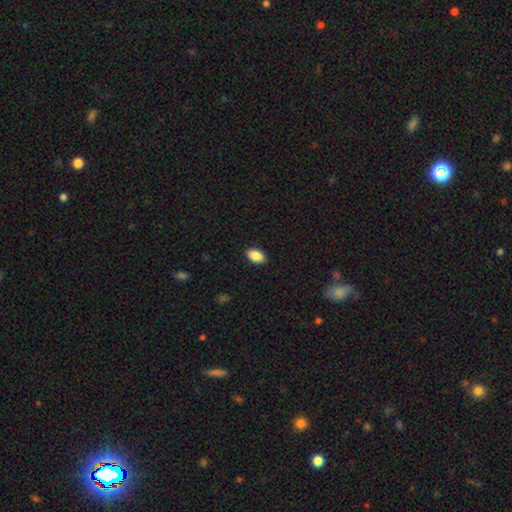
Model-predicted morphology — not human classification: This appears to be a smooth galaxy with no disk features (89%) that is in between round and cigar-shaped (93%). Merging: none (90%).